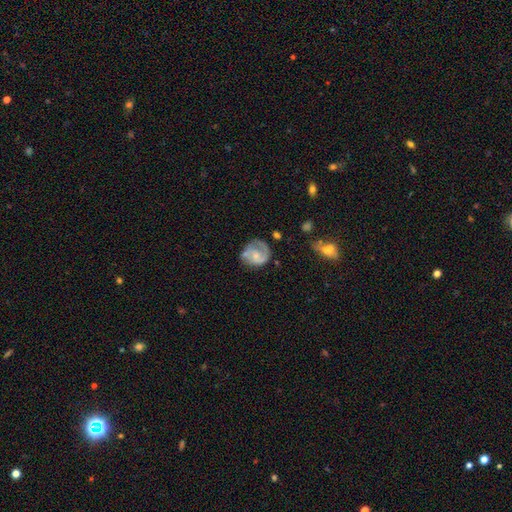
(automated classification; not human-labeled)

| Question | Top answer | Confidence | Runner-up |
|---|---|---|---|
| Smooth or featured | featured or disk | 66% | smooth (27%) |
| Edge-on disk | no | 98% | yes (2%) |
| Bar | no | 63% | weak (31%) |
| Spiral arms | yes | 85% | no (15%) |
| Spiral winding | medium | 43% | tight (35%) |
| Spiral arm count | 2 | 56% | 1 (21%) |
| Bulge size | small | 57% | moderate (30%) |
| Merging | none | 53% | minor disturbance (25%) |